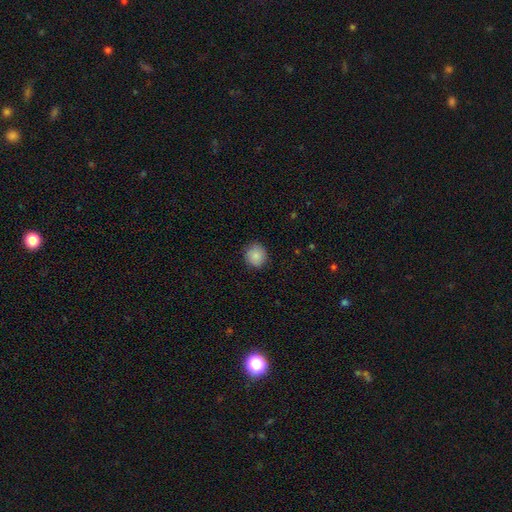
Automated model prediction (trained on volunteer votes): Smooth or featured? smooth (85%)
How rounded? round (86%)
Merging? none (86%)